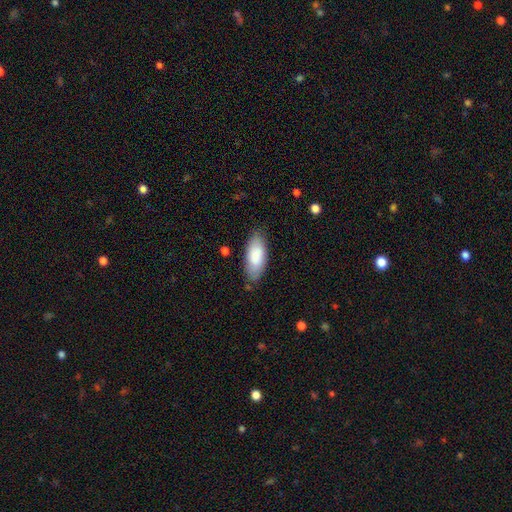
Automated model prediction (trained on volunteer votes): Morphology: type=smooth (84%); roundness=in between (85%); merging=none (80%).